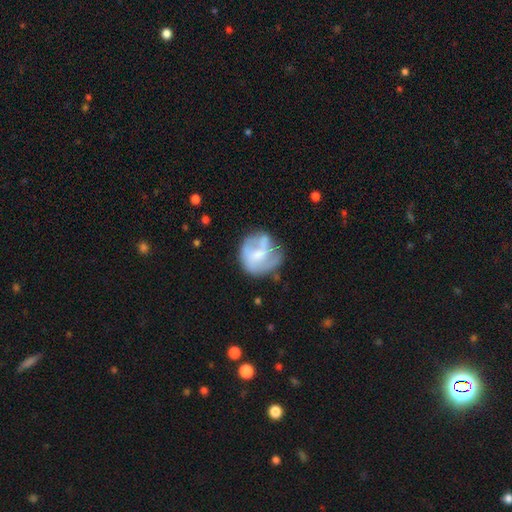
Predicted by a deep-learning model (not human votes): Q: Smooth or featured?
A: featured or disk (55%); runner-up: smooth (38%)
Q: Edge-on disk?
A: no (98%); runner-up: yes (2%)
Q: Bar?
A: no (53%); runner-up: weak (37%)
Q: Spiral arms?
A: yes (59%); runner-up: no (41%)
Q: Bulge size?
A: small (47%); runner-up: moderate (32%)
Q: Merging?
A: none (50%); runner-up: minor disturbance (24%)